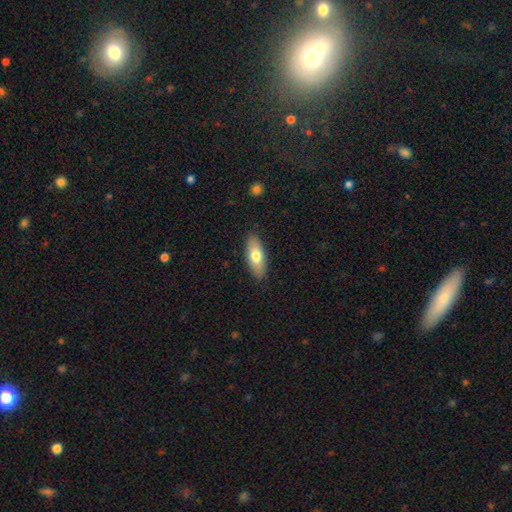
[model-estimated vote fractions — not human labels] This is likely a smooth galaxy (72%). How rounded: likely in between (76%). Merging: clearly none (86%).